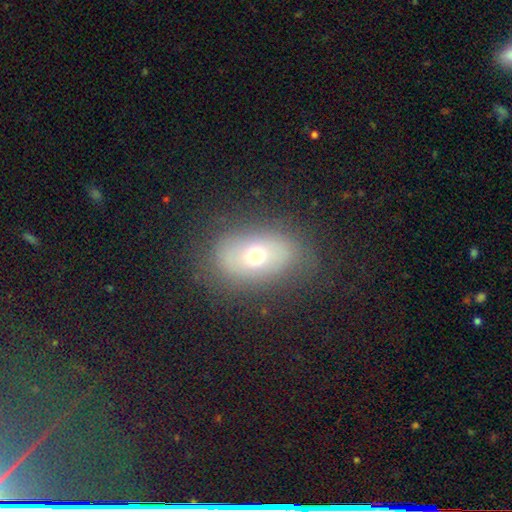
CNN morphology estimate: Smooth or featured?
  - smooth: 57% *
  - featured or disk: 31%
  - star or artifact: 13%
How rounded?
  - in between: 79% *
  - round: 19%
  - cigar-shaped: 2%
Merging?
  - none: 78% *
  - minor disturbance: 14%
  - major disturbance: 6%
  - merger: 1%